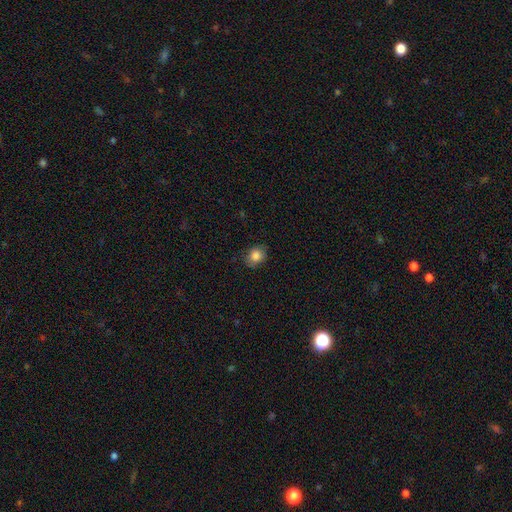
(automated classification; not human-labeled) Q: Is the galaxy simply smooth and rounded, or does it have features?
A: smooth — 84%.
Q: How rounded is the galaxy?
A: round — 54%.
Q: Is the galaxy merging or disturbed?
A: none — 80%.